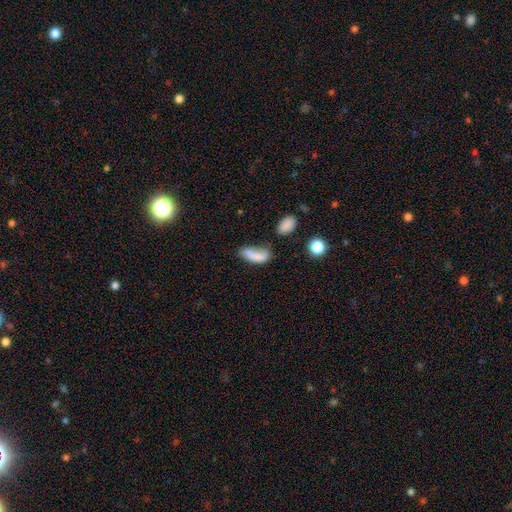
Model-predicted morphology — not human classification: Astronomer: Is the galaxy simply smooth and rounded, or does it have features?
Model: smooth — 75%.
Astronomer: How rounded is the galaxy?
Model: in between — 73%.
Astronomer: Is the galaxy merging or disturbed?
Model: none — 39% (runner-up: minor disturbance, 29%).